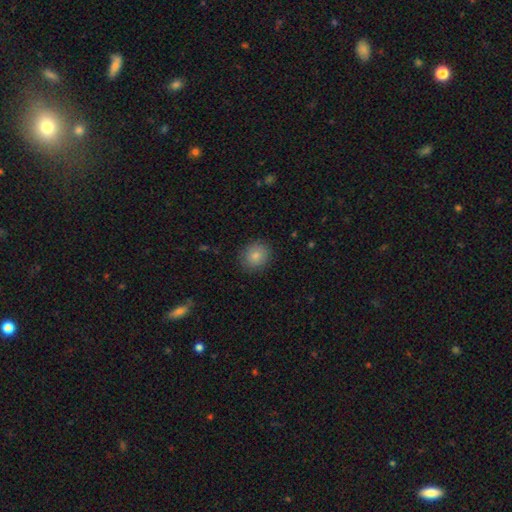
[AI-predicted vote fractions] A smooth galaxy with no disk features (84%) that is round (76%). Merging: none (87%).